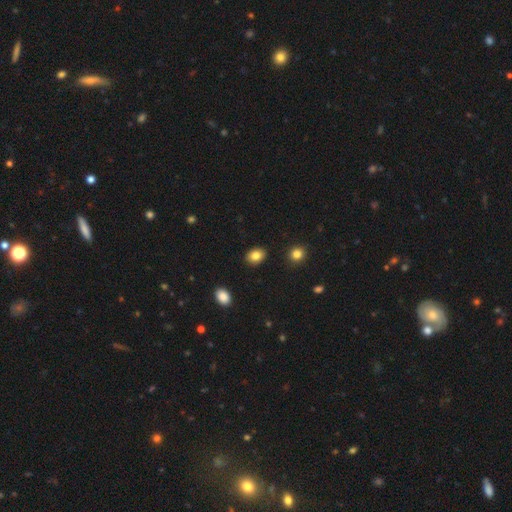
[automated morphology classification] Smooth or featured?
  - smooth: 84% *
  - star or artifact: 9%
  - featured or disk: 7%
How rounded?
  - in between: 71% *
  - round: 28%
  - cigar-shaped: 1%
Merging?
  - none: 89% *
  - minor disturbance: 8%
  - major disturbance: 2%
  - merger: 2%